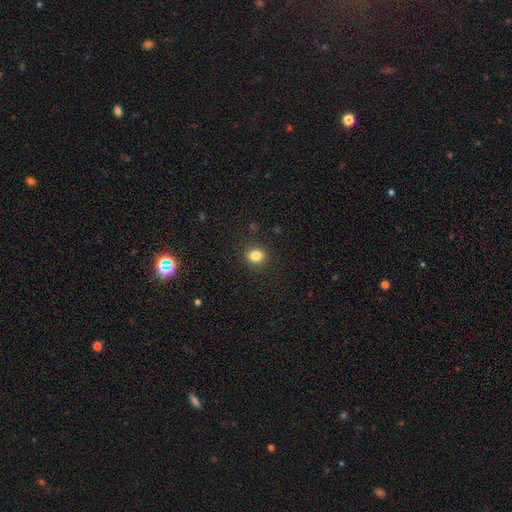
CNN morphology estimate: smooth-or-featured: smooth: 83% | star or artifact: 11% | featured or disk: 6%
  how-rounded: round: 58% | in between: 41% | cigar-shaped: 1%
  merging: none: 89% | minor disturbance: 8% | major disturbance: 2% | merger: 1%